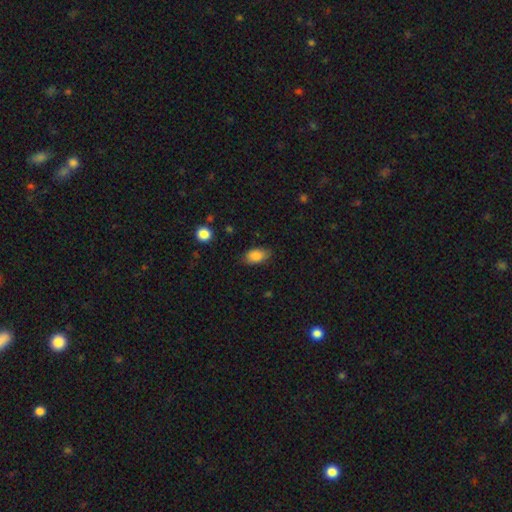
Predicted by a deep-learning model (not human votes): Smooth or featured? smooth (86%)
How rounded? in between (89%)
Merging? none (77%)